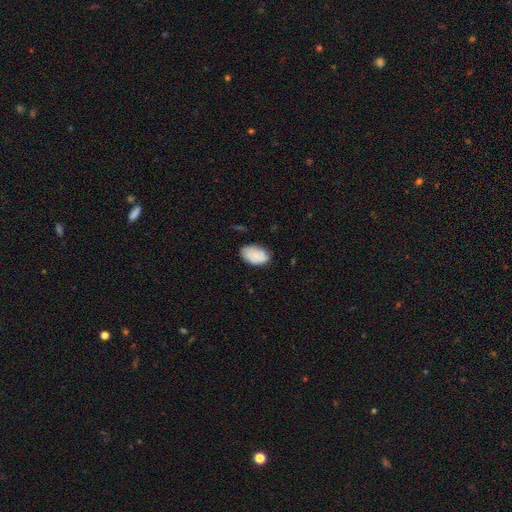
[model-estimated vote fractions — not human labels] Smooth or featured?
  - smooth: 75% *
  - featured or disk: 18%
  - star or artifact: 7%
How rounded?
  - in between: 92% *
  - round: 6%
  - cigar-shaped: 1%
Merging?
  - none: 74% *
  - minor disturbance: 21%
  - major disturbance: 4%
  - merger: 2%